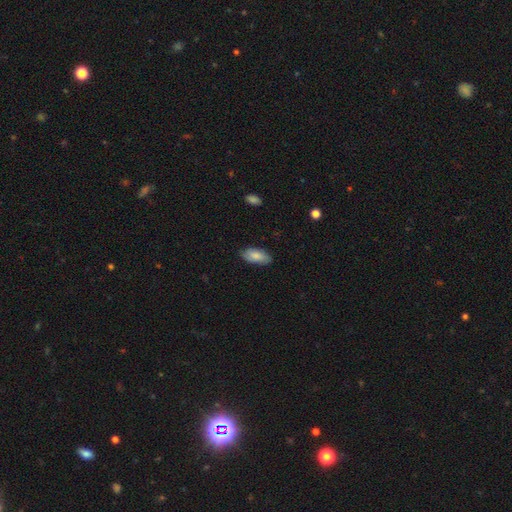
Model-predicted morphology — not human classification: type=smooth (79%); roundness=in between (91%); merging=none (80%).